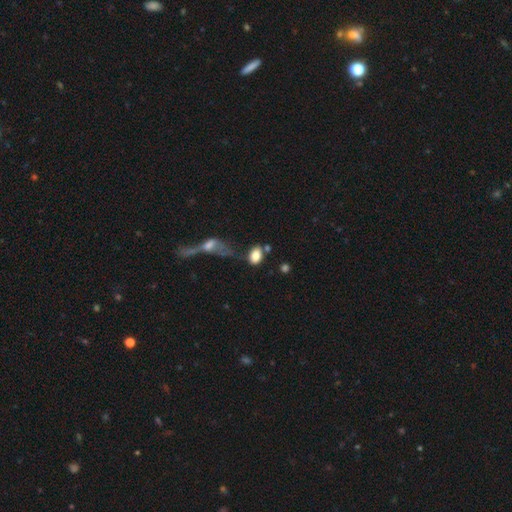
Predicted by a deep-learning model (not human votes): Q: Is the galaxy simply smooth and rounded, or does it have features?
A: smooth — 82%.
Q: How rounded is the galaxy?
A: in between — 88%.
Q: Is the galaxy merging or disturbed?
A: none — 41%.